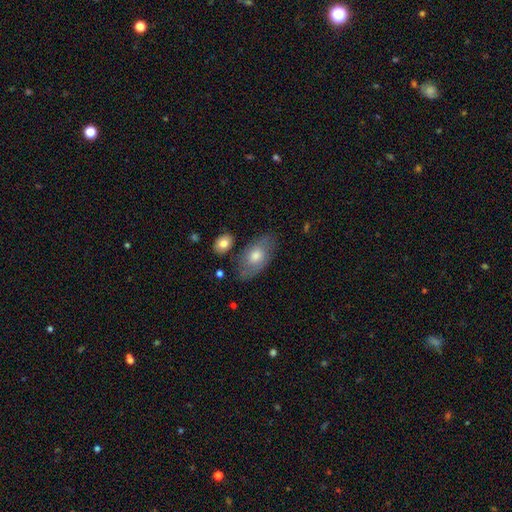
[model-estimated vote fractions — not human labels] A smooth galaxy with no disk features (63%) that is in between round and cigar-shaped (92%).

Vote fractions:
- Smooth or featured? smooth: 63% / featured or disk: 30% / star or artifact: 7%
- How rounded? in between: 92% / round: 5% / cigar-shaped: 3%
- Merging? none: 75% / minor disturbance: 16% / major disturbance: 4% / merger: 4%